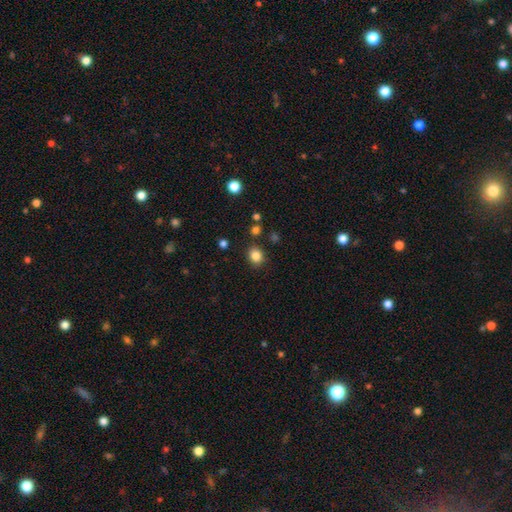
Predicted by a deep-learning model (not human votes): This is clearly a smooth galaxy (84%). How rounded: likely round (72%). Merging: clearly none (86%).